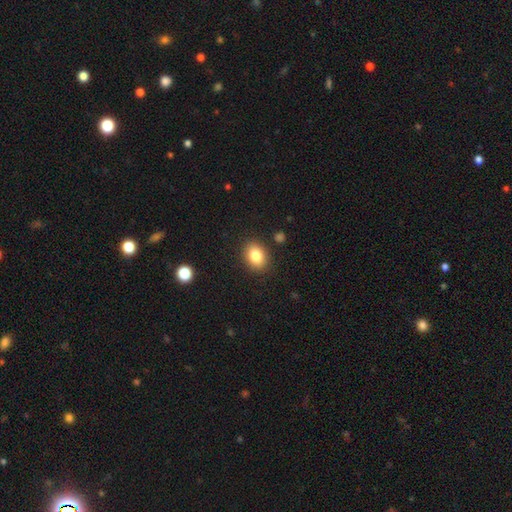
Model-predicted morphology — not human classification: smooth-or-featured: smooth: 83% | star or artifact: 9% | featured or disk: 8%
  how-rounded: in between: 64% | round: 35% | cigar-shaped: 1%
  merging: none: 88% | minor disturbance: 8% | major disturbance: 2% | merger: 2%